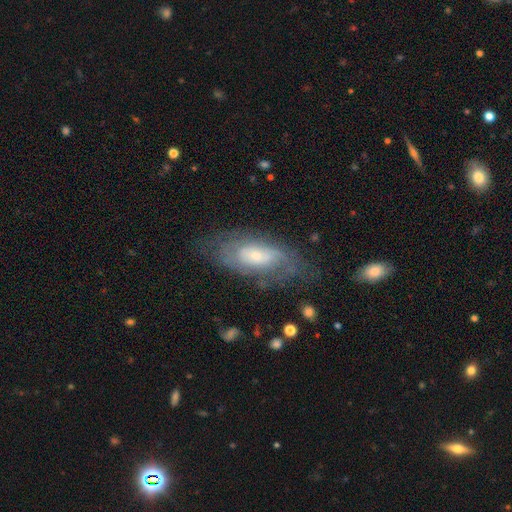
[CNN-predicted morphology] Smooth or featured? featured or disk (66%)
Edge-on disk? no (89%)
Bar? no (66%)
Spiral arms? yes (77%)
Bulge size? small (52%)
Merging? none (64%)